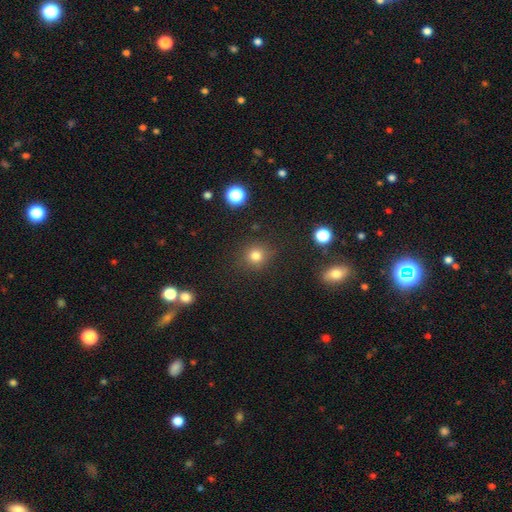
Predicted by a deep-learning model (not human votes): Overall: smooth (79%). How rounded: round (92%). Merging: none (86%).